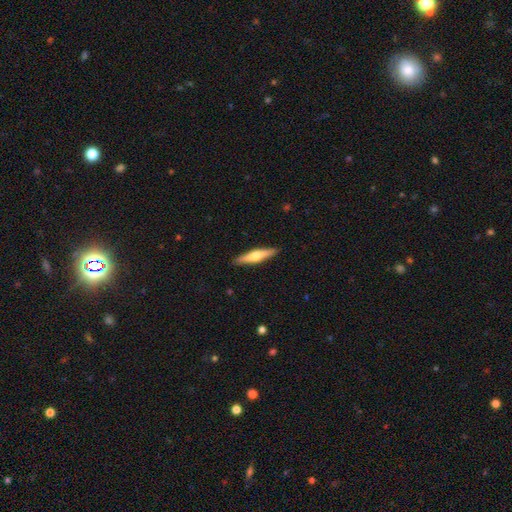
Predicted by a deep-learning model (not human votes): This is possibly a featured or disk galaxy (52%). It is clearly viewed edge-on (95%). Merging: clearly none (91%).